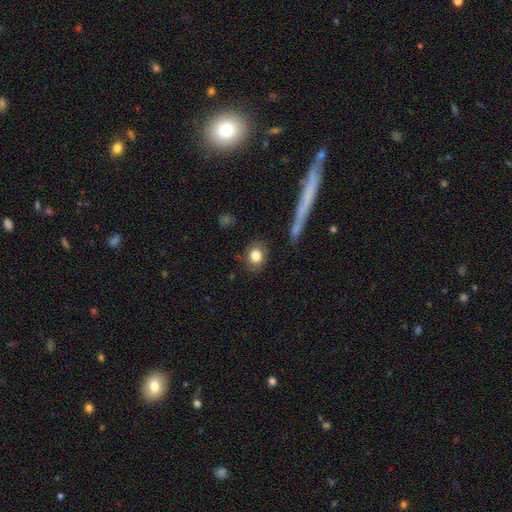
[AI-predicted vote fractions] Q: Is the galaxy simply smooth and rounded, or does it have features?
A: smooth — 82%.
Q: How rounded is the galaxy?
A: round — 57%.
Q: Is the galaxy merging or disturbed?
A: none — 82%.